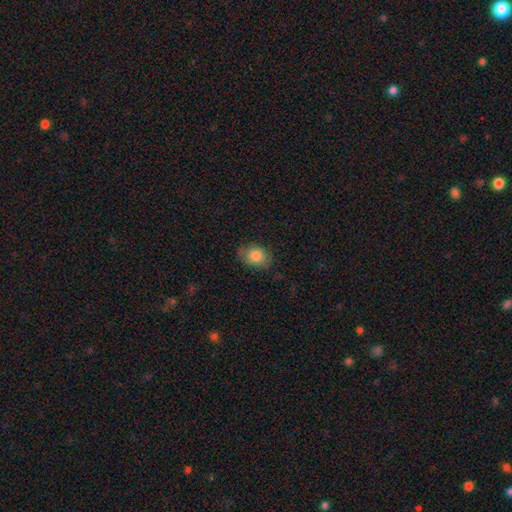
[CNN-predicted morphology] type=smooth (83%); roundness=in between (66%); merging=none (75%).